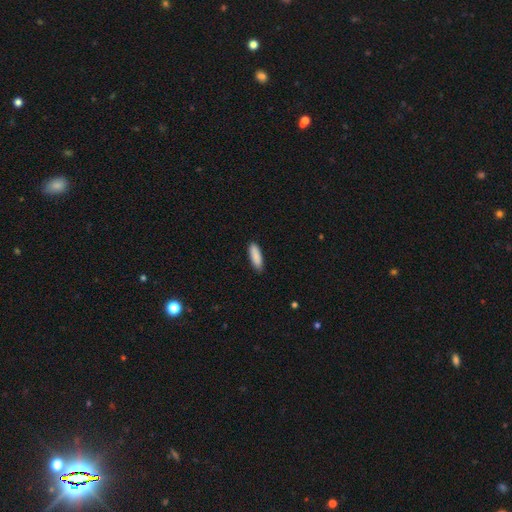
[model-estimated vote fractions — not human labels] This appears to be a smooth galaxy with no disk features (89%) that is cigar-shaped (53%). Merging: none (87%).